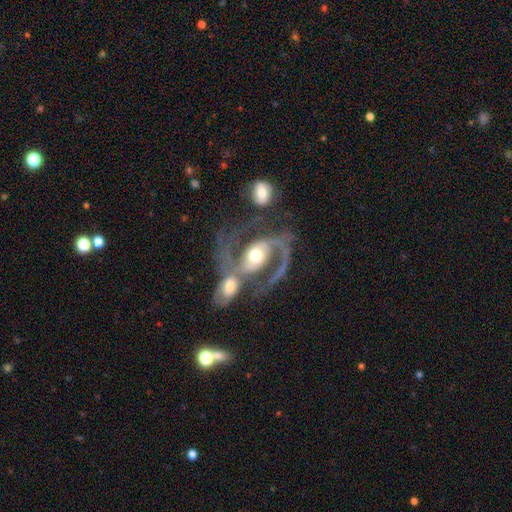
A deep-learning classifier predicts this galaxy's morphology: The model was most divided on "bar": no: 36%, weak: 34%, strong: 30%. Remaining: edge-on disk — no (97%); spiral arms — yes (95%); spiral arm count — 2 (89%); smooth or featured — featured or disk (88%); bulge size — moderate (67%); spiral winding — medium (55%); merging — merger (46%).